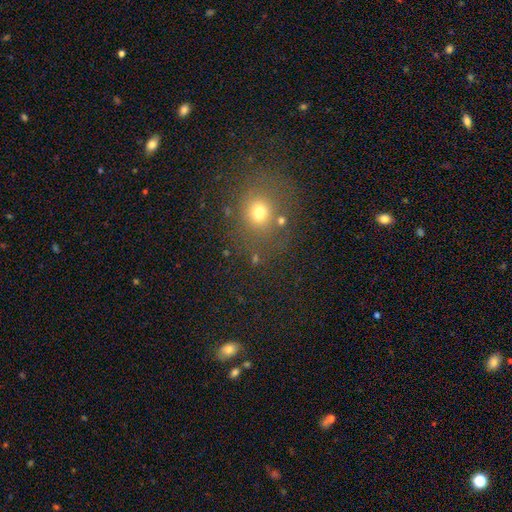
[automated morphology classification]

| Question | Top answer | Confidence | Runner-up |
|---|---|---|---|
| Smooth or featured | smooth | 62% | star or artifact (26%) |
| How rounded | round | 73% | in between (26%) |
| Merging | none | 74% | minor disturbance (13%) |